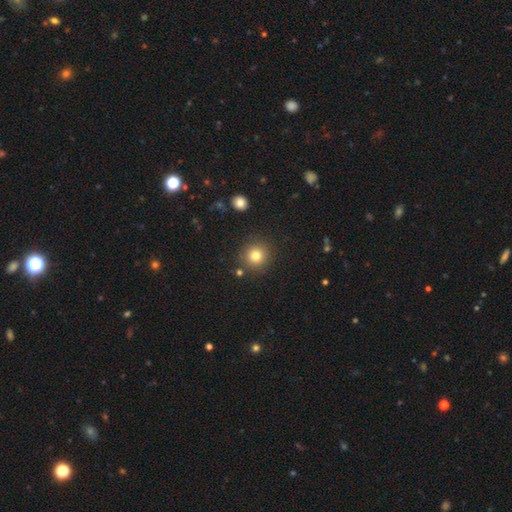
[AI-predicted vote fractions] This is clearly a smooth galaxy (81%). How rounded: clearly round (93%). Merging: clearly none (87%).